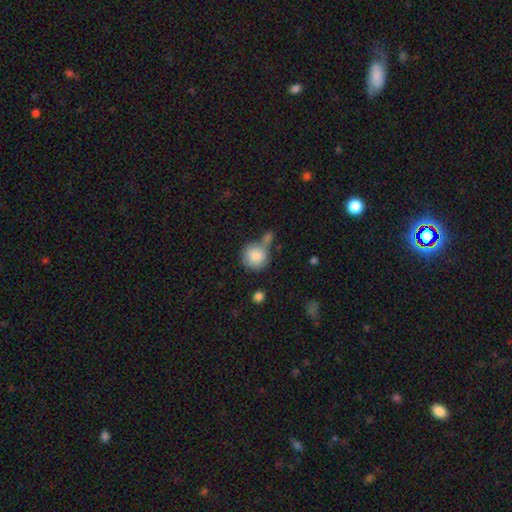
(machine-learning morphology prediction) Q: Smooth or featured?
A: smooth (86%); runner-up: star or artifact (7%)
Q: How rounded?
A: round (89%); runner-up: in between (10%)
Q: Merging?
A: none (51%); runner-up: merger (26%)